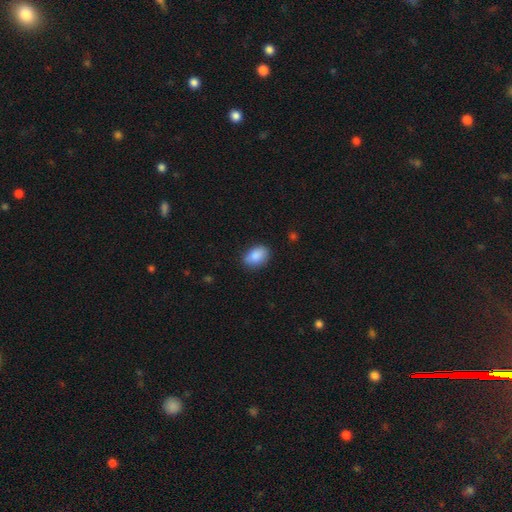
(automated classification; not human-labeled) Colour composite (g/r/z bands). It shows a smooth galaxy with no disk features (87%) that is in between round and cigar-shaped (84%). Merging: none (82%).